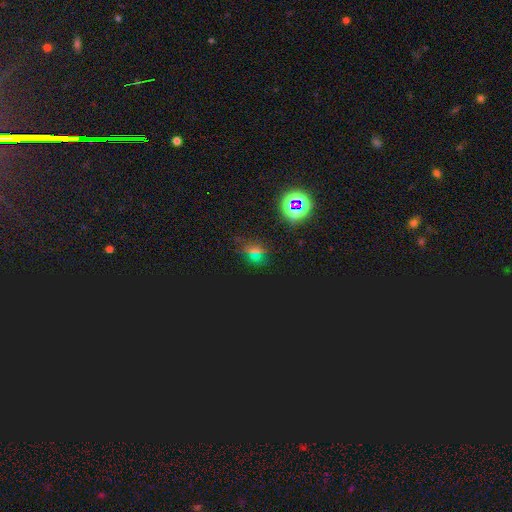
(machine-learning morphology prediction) smooth_or_featured: star or artifact (p=0.67) [alt: smooth p=0.23]